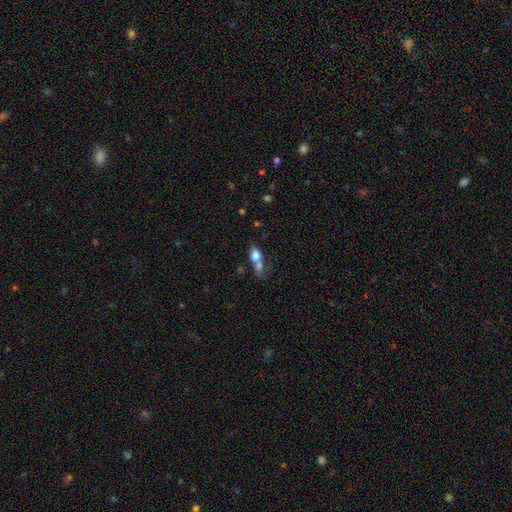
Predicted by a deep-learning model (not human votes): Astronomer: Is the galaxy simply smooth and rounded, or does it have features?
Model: smooth — 73%.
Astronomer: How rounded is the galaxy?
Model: in between — 76%.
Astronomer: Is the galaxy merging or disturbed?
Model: merger — 57%.